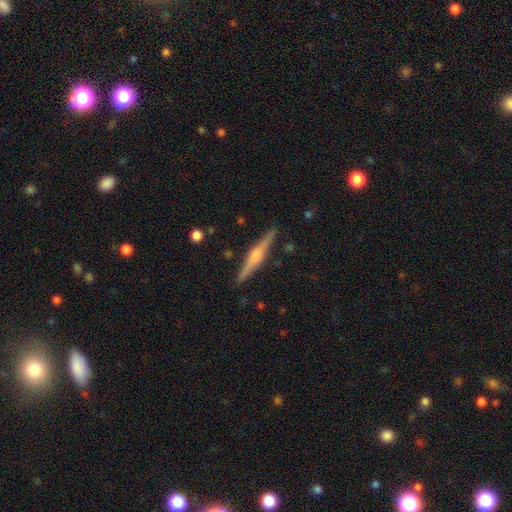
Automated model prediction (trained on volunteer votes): Morphology: type=featured or disk (73%); edge-on=yes (98%); edge-on bulge=rounded (77%); merging=none (90%).